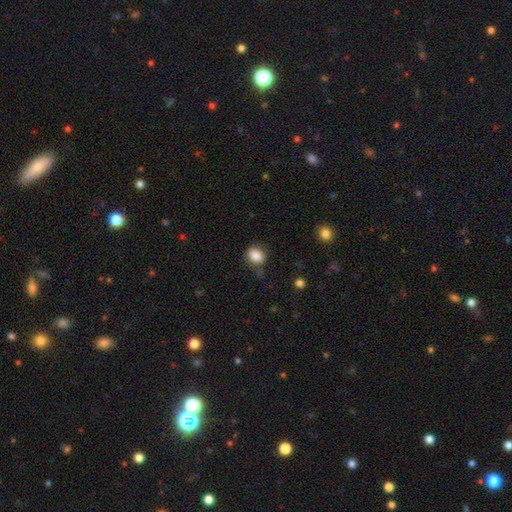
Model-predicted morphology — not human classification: This appears to be a smooth galaxy with no disk features (85%) that is round (52%). Merging: none (72%).